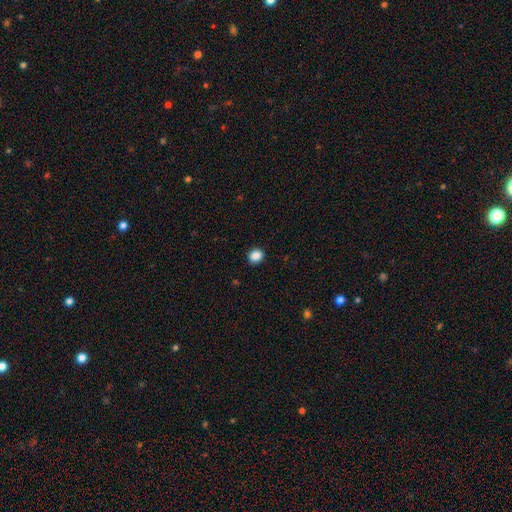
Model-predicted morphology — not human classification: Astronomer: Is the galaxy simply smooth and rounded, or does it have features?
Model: smooth — 88%.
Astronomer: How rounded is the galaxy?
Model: round — 65%.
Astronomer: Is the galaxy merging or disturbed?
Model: none — 91%.